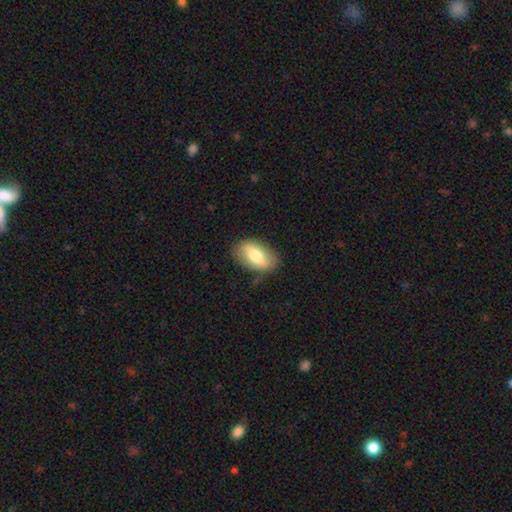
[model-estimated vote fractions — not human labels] Smooth or featured?
  - smooth: 56% *
  - featured or disk: 37%
  - star or artifact: 6%
How rounded?
  - in between: 90% *
  - round: 7%
  - cigar-shaped: 3%
Merging?
  - none: 80% *
  - minor disturbance: 15%
  - major disturbance: 4%
  - merger: 1%